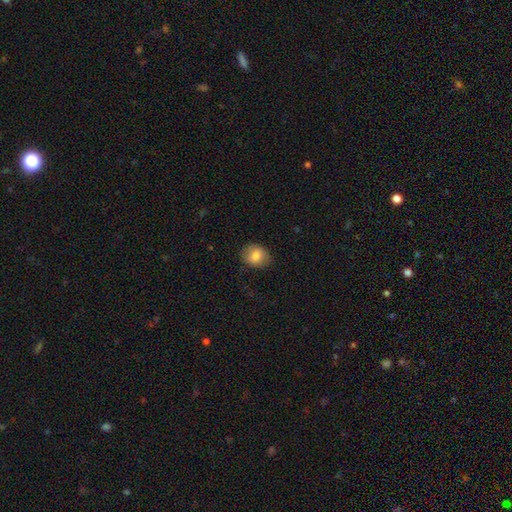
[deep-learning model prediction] Morphology: type=smooth (82%); roundness=round (54%); merging=none (82%).